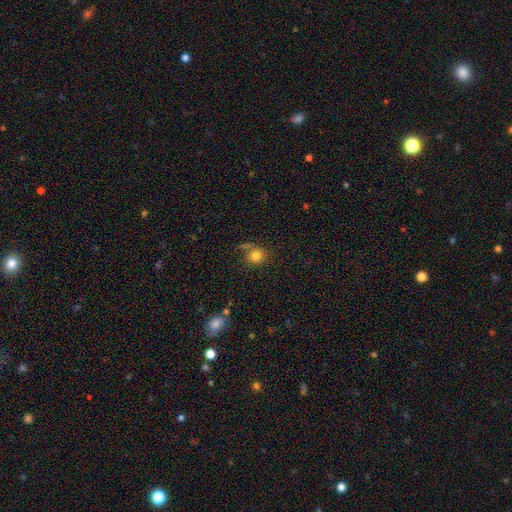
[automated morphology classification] Q: Smooth or featured?
A: smooth (80%); runner-up: star or artifact (12%)
Q: How rounded?
A: round (84%); runner-up: in between (15%)
Q: Merging?
A: none (69%); runner-up: minor disturbance (15%)